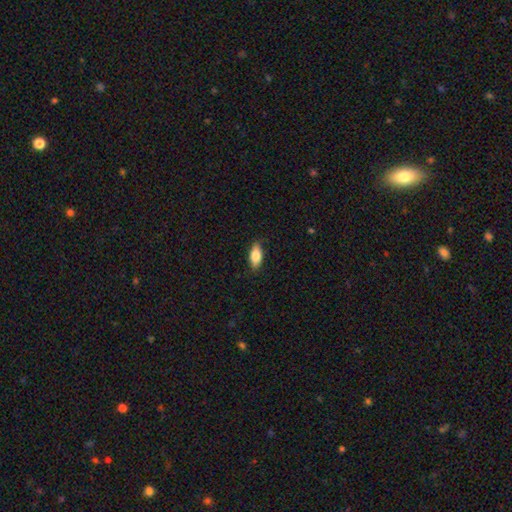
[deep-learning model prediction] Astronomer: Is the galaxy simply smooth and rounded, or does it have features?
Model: smooth — 80%.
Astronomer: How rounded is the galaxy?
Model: in between — 84%.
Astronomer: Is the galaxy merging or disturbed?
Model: none — 83%.